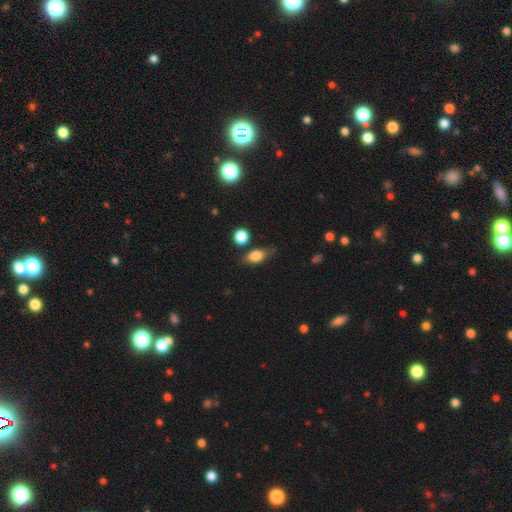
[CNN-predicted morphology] Smooth or featured? smooth (79%)
How rounded? in between (77%)
Merging? none (65%)